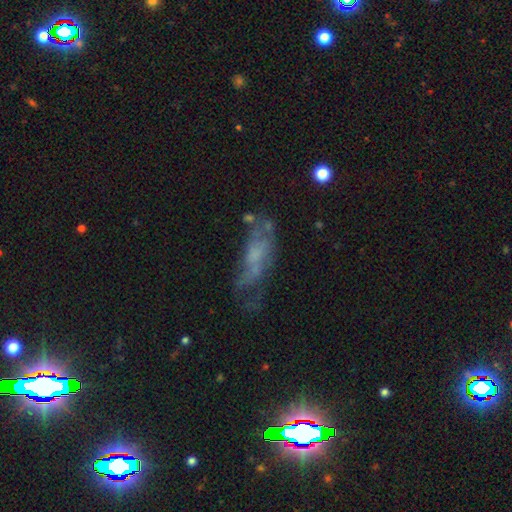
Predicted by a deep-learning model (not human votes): Morphology: type=featured or disk (50%); merging=none (36%).